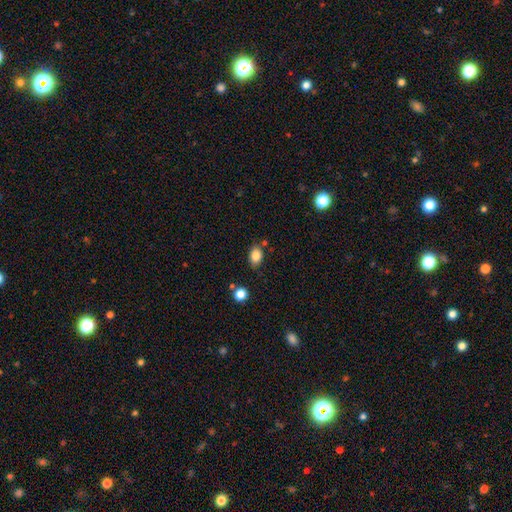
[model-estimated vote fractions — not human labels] Morphology: type=smooth (84%); roundness=in between (75%); merging=none (75%).